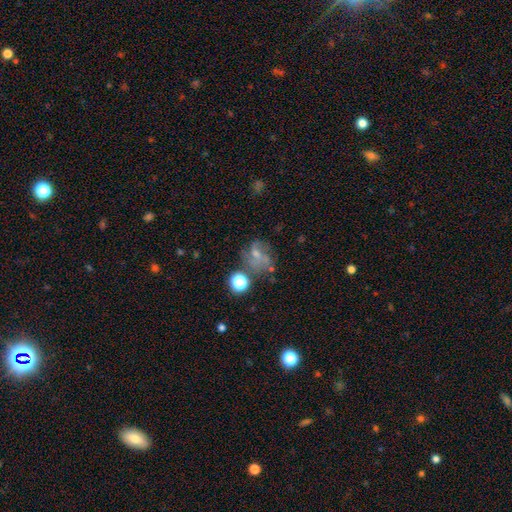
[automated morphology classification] Smooth or featured: featured or disk — 48% (smooth — 29%)
Merging: none — 50% (major disturbance — 20%)